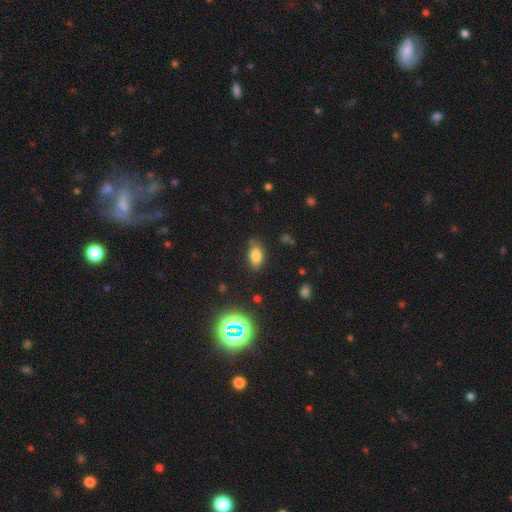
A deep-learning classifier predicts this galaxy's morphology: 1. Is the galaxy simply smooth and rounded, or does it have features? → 78% smooth, 14% star or artifact, 8% featured or disk.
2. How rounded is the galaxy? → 88% in between, 9% round, 3% cigar-shaped.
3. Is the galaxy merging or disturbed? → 75% none, 19% minor disturbance, 4% major disturbance, 2% merger.